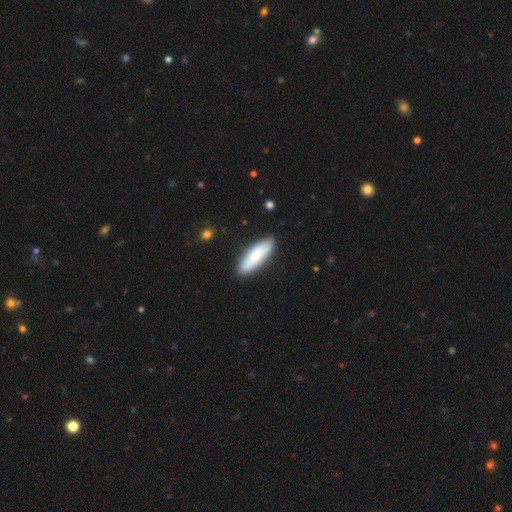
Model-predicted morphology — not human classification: Smooth or featured?
  - smooth: 82% *
  - featured or disk: 12%
  - star or artifact: 5%
How rounded?
  - in between: 50% *
  - cigar-shaped: 48%
  - round: 2%
Merging?
  - none: 87% *
  - minor disturbance: 10%
  - major disturbance: 2%
  - merger: 1%